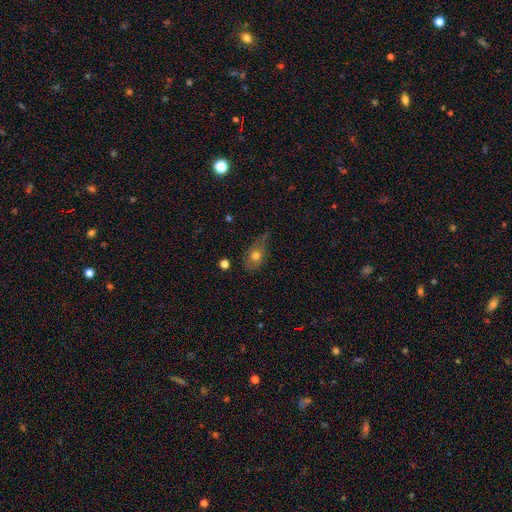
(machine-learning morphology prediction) Smooth or featured?
  - smooth: 69% *
  - featured or disk: 21%
  - star or artifact: 11%
How rounded?
  - in between: 71% *
  - round: 26%
  - cigar-shaped: 3%
Merging?
  - none: 50% *
  - minor disturbance: 33%
  - major disturbance: 13%
  - merger: 3%